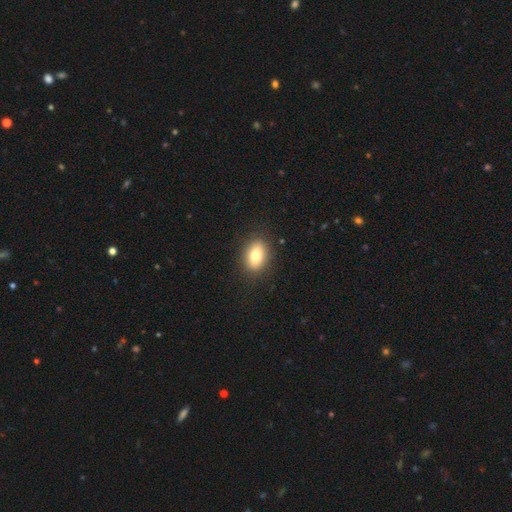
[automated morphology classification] Smooth or featured?
  - smooth: 78% *
  - featured or disk: 13%
  - star or artifact: 9%
How rounded?
  - in between: 76% *
  - round: 22%
  - cigar-shaped: 2%
Merging?
  - none: 87% *
  - minor disturbance: 9%
  - major disturbance: 3%
  - merger: 1%